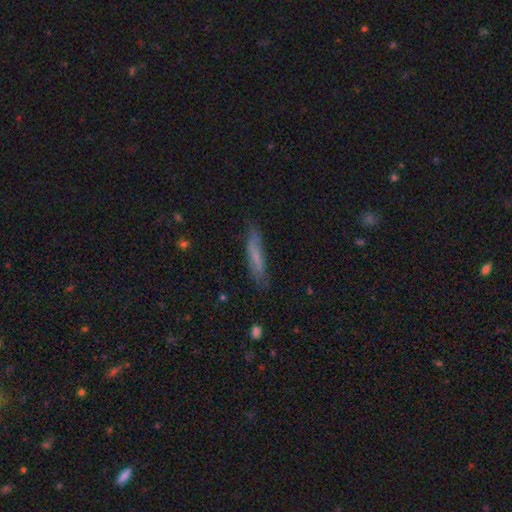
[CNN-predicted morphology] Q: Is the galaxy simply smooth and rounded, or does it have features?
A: smooth — 59%.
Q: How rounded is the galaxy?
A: cigar-shaped — 82%.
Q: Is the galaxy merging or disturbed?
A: none — 75%.